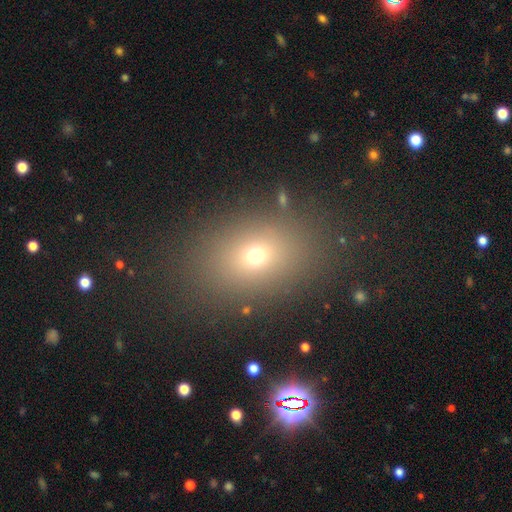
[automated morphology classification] Smooth or featured?
  - smooth: 66% *
  - star or artifact: 20%
  - featured or disk: 13%
How rounded?
  - in between: 65% *
  - round: 33%
  - cigar-shaped: 2%
Merging?
  - none: 84% *
  - minor disturbance: 9%
  - major disturbance: 5%
  - merger: 2%